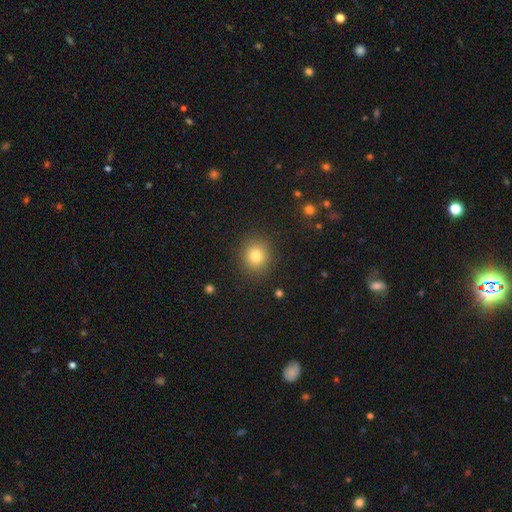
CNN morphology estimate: smooth_or_featured: smooth (p=0.81) [alt: star or artifact p=0.12]
how_rounded: round (p=0.81) [alt: in between p=0.18]
merging: none (p=0.89) [alt: minor disturbance p=0.07]